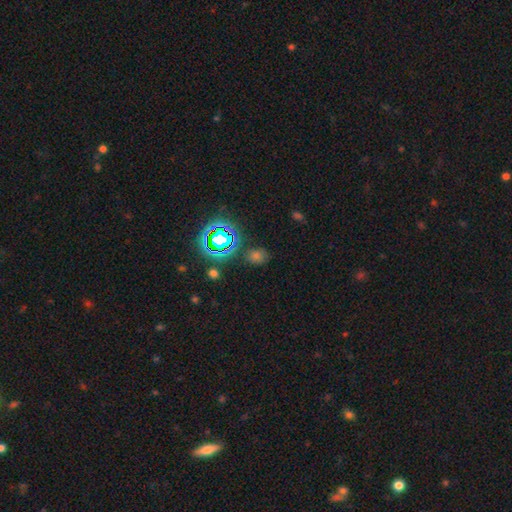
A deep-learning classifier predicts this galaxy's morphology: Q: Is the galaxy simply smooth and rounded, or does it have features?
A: star or artifact — 48%.